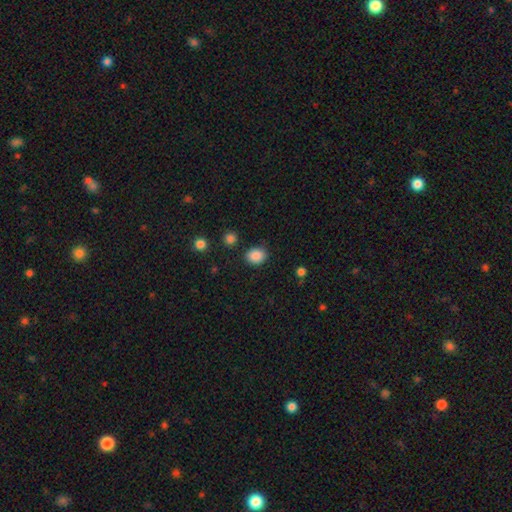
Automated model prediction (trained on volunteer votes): Smooth or featured?
  - smooth: 87% *
  - star or artifact: 10%
  - featured or disk: 4%
How rounded?
  - round: 56% *
  - in between: 44%
  - cigar-shaped: 1%
Merging?
  - none: 84% *
  - minor disturbance: 10%
  - major disturbance: 3%
  - merger: 3%